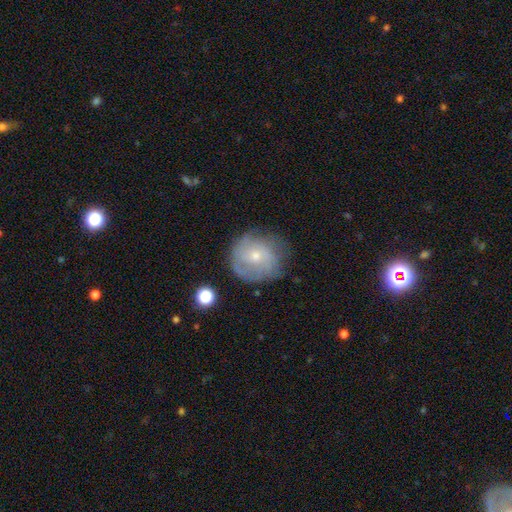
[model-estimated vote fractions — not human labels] A featured or disk galaxy (57%) with no bar (72%), spiral arms (75%) and a small central bulge (67%). Merging: none (67%).